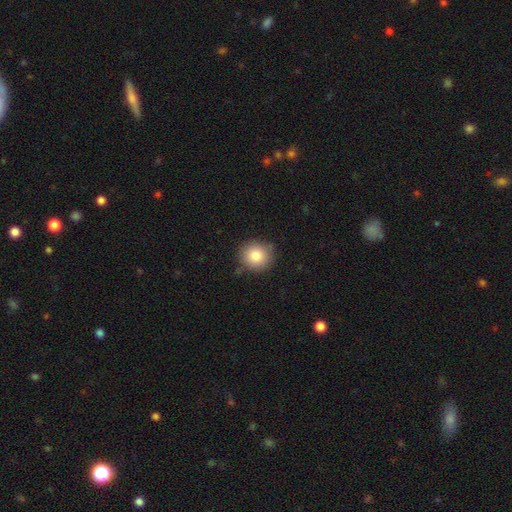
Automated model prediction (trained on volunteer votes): Morphology: type=smooth (84%); roundness=round (90%); merging=none (84%).